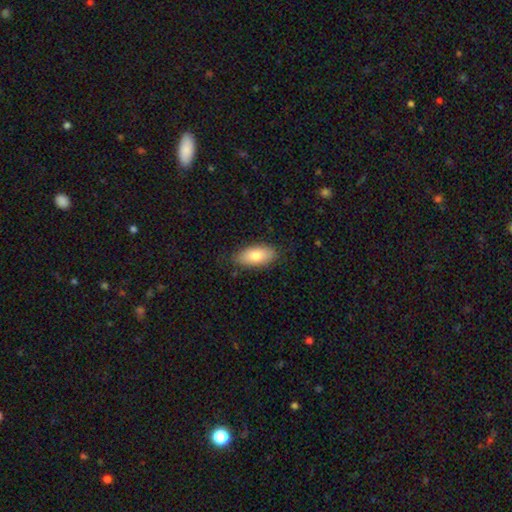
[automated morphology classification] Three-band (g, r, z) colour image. It shows a smooth galaxy with no disk features (78%) that is in between round and cigar-shaped (90%). Merging: none (82%).